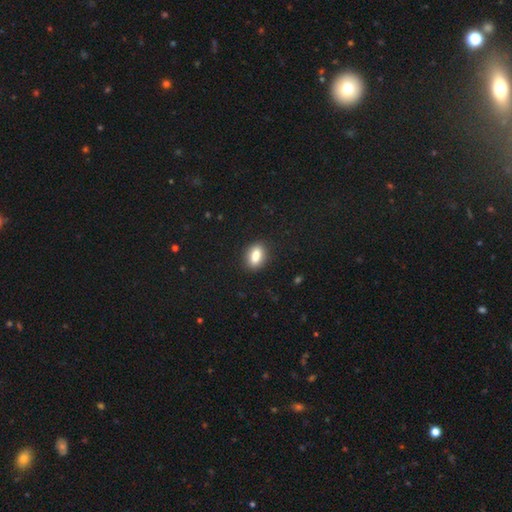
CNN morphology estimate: A smooth galaxy with no disk features (85%) that is in between round and cigar-shaped (83%).

Vote fractions:
- Smooth or featured? smooth: 85% / star or artifact: 9% / featured or disk: 7%
- How rounded? in between: 83% / round: 12% / cigar-shaped: 5%
- Merging? none: 86% / minor disturbance: 10% / major disturbance: 3% / merger: 2%